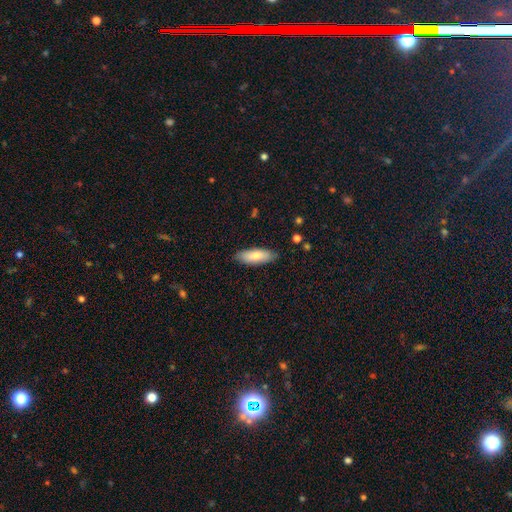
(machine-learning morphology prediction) type=smooth (79%); roundness=in between (64%); merging=none (85%).